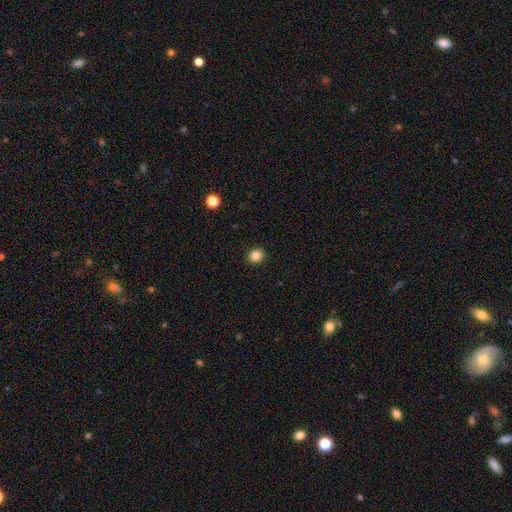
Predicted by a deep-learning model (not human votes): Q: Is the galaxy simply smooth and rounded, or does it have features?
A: smooth — 85%.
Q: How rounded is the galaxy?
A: round — 80%.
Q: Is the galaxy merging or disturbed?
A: none — 93%.